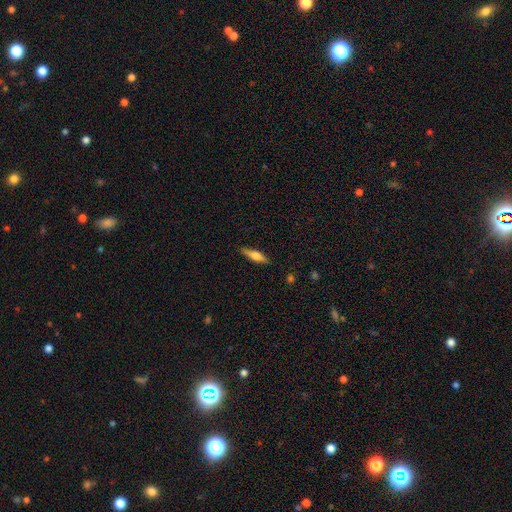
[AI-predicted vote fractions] Smooth or featured? Predicted: featured or disk (p=0.51). Edge-on disk? Predicted: yes (p=0.95). Merging? Predicted: none (p=0.88).